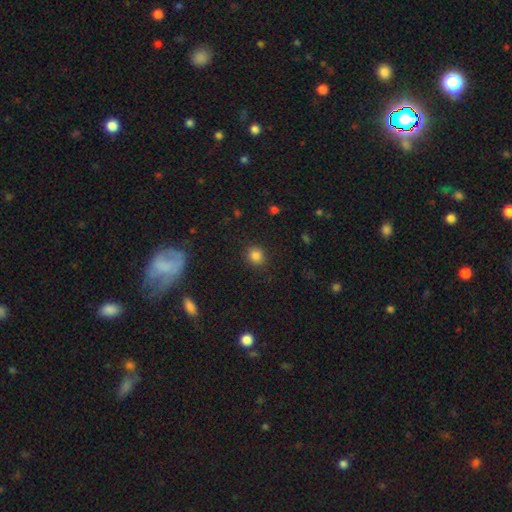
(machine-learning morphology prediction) smooth_or_featured: smooth (p=0.84) [alt: star or artifact p=0.12]
how_rounded: round (p=0.83) [alt: in between p=0.16]
merging: none (p=0.89) [alt: minor disturbance p=0.08]